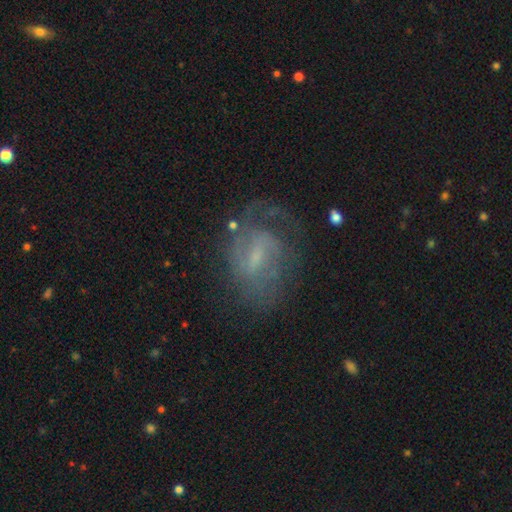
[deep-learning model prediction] The model was most divided on "spiral winding": medium: 44%, tight: 37%, loose: 19%. Remaining: edge-on disk — no (97%); spiral arms — yes (89%); smooth or featured — featured or disk (77%); merging — none (60%); bar — weak (59%); bulge size — small (53%); spiral arm count — 2 (45%).